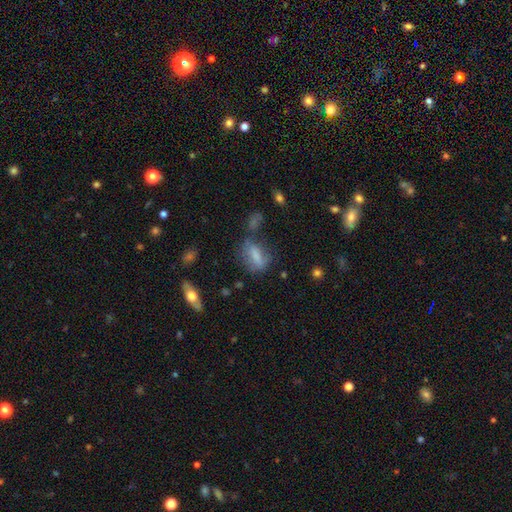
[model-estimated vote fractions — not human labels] Q: Smooth or featured?
A: smooth (64%); runner-up: featured or disk (24%)
Q: How rounded?
A: in between (71%); runner-up: cigar-shaped (19%)
Q: Merging?
A: none (42%); runner-up: minor disturbance (25%)